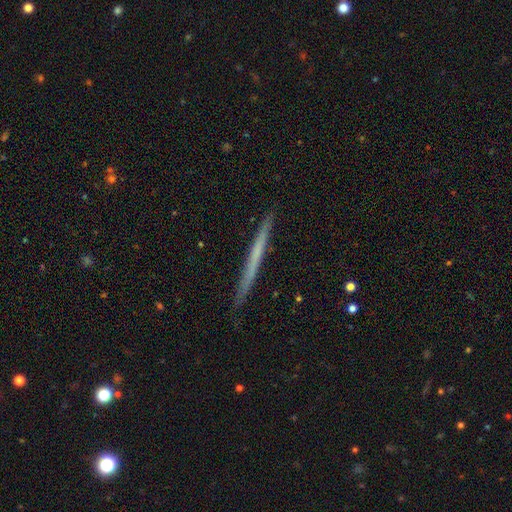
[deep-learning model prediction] A featured or disk galaxy (52%) viewed edge-on (97%) with no central bulge (93%). Merging: none (91%).